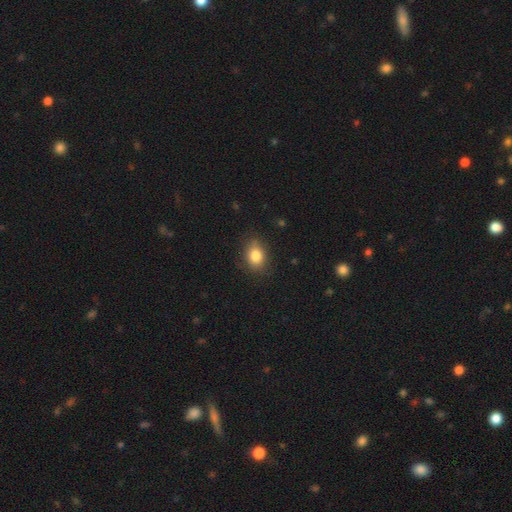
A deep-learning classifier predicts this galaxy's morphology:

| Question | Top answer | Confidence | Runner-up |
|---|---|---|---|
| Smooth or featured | smooth | 83% | star or artifact (9%) |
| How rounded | in between | 61% | round (38%) |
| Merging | none | 78% | minor disturbance (17%) |